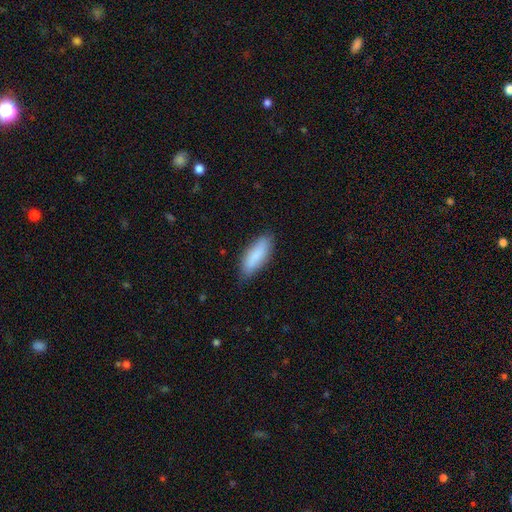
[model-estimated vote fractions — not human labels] smooth-or-featured: smooth: 85% | featured or disk: 10% | star or artifact: 6%
  how-rounded: in between: 63% | cigar-shaped: 36% | round: 2%
  merging: none: 81% | minor disturbance: 15% | major disturbance: 2% | merger: 1%